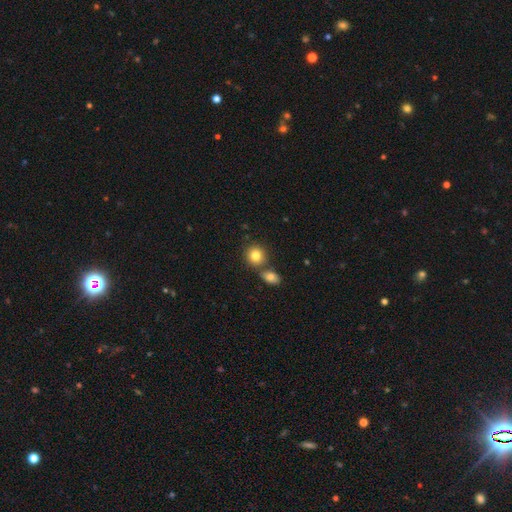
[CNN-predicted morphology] A smooth galaxy with no disk features (82%) that is round (83%).

Vote fractions:
- Smooth or featured? smooth: 82% / star or artifact: 9% / featured or disk: 8%
- How rounded? round: 83% / in between: 15% / cigar-shaped: 1%
- Merging? none: 64% / merger: 25% / minor disturbance: 8% / major disturbance: 3%